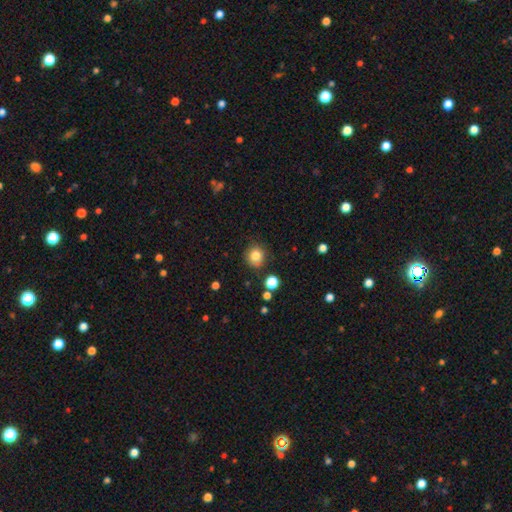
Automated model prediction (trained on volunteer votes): Smooth or featured? Predicted: smooth (p=0.83). How rounded? Predicted: round (p=0.86). Merging? Predicted: none (p=0.84).